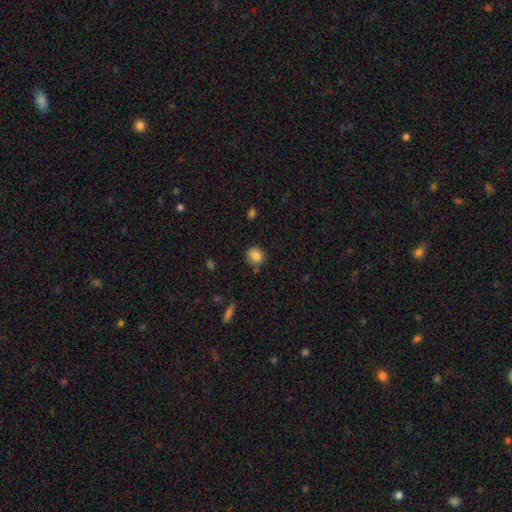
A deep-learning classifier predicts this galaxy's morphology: type=smooth (83%); roundness=round (65%); merging=none (75%).